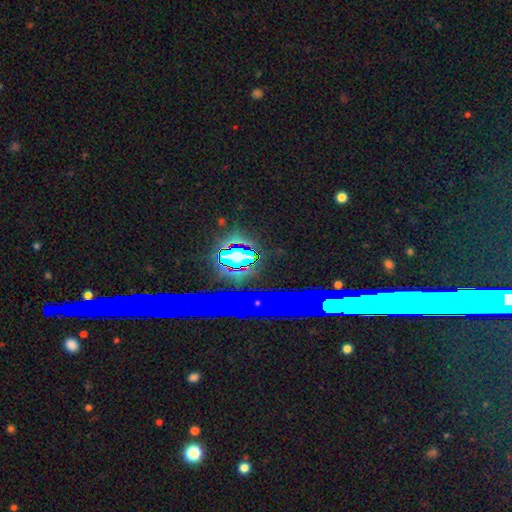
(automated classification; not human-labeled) This is possibly a star or artifact rather than a galaxy (56%).